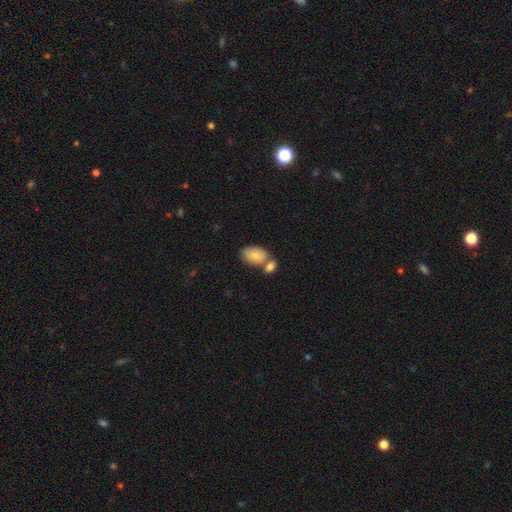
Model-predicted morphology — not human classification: smooth-or-featured: smooth: 83% | featured or disk: 10% | star or artifact: 6%
  how-rounded: in between: 91% | round: 8% | cigar-shaped: 1%
  merging: merger: 42% | none: 41% | minor disturbance: 13% | major disturbance: 4%